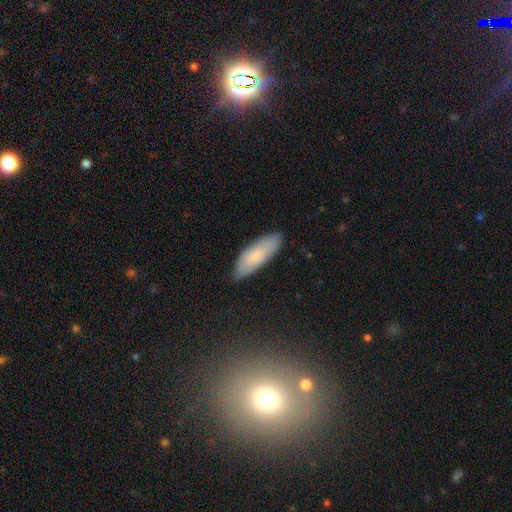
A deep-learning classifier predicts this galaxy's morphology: A smooth galaxy with no disk features (70%) that is in between round and cigar-shaped (67%). Merging: none (80%).